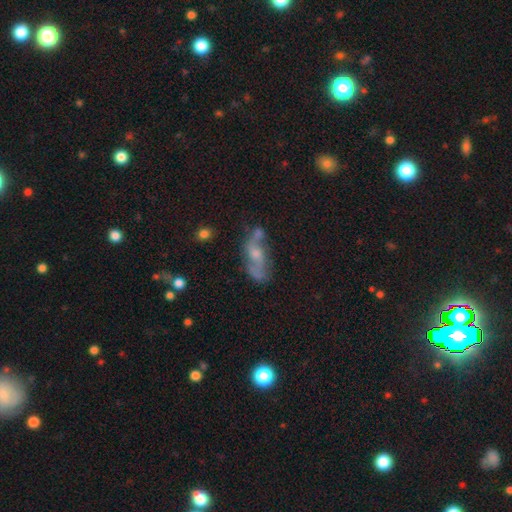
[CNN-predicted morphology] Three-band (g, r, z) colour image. It shows a featured or disk galaxy (64%) with no bar (60%), spiral arms (75%) and a moderate central bulge (45%). Merging: none (49%).